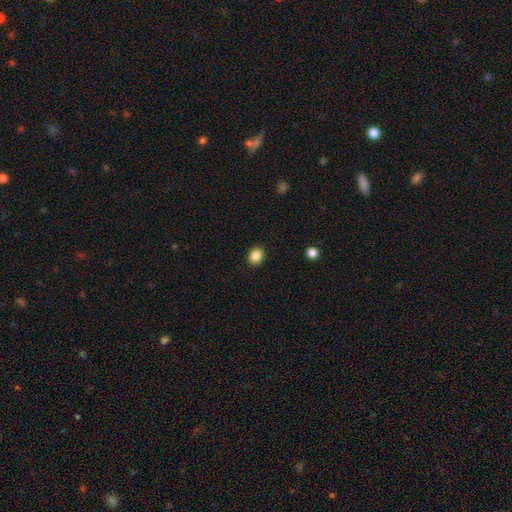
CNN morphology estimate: Smooth or featured? Predicted: smooth (p=0.86). How rounded? Predicted: round (p=0.58). Merging? Predicted: none (p=0.91).